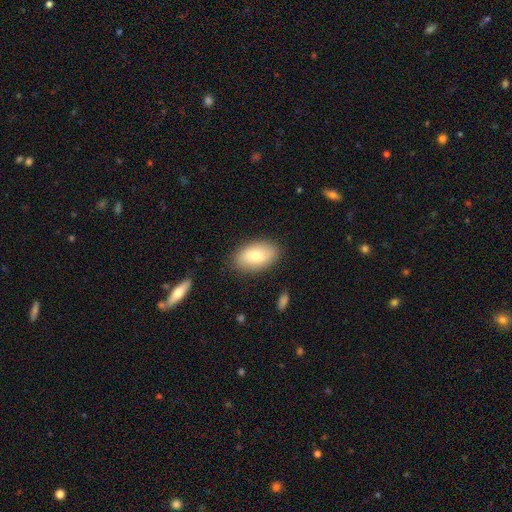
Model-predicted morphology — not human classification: smooth_or_featured: smooth (p=0.74) [alt: featured or disk p=0.19]
how_rounded: in between (p=0.93) [alt: round p=0.05]
merging: none (p=0.85) [alt: minor disturbance p=0.11]